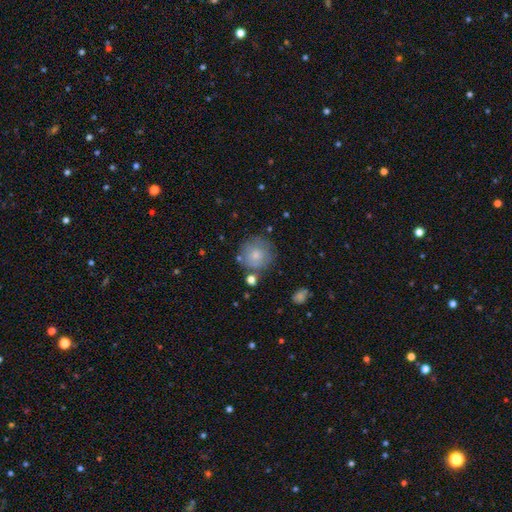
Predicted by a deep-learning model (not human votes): Q: Smooth or featured?
A: smooth (74%); runner-up: featured or disk (18%)
Q: How rounded?
A: round (92%); runner-up: in between (7%)
Q: Merging?
A: none (71%); runner-up: minor disturbance (17%)